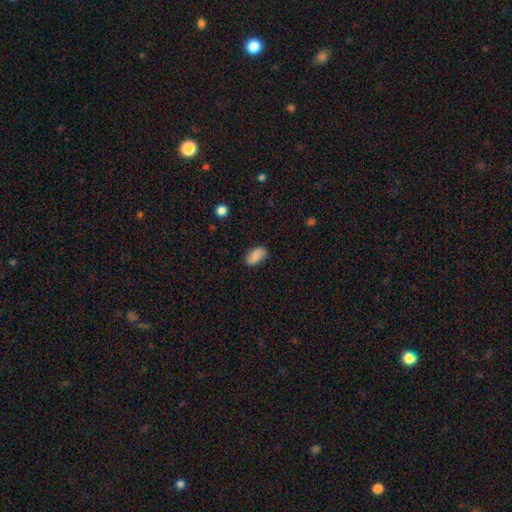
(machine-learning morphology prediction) Smooth or featured?
  - smooth: 87% *
  - star or artifact: 8%
  - featured or disk: 6%
How rounded?
  - in between: 92% *
  - round: 5%
  - cigar-shaped: 3%
Merging?
  - none: 82% *
  - minor disturbance: 14%
  - major disturbance: 3%
  - merger: 1%